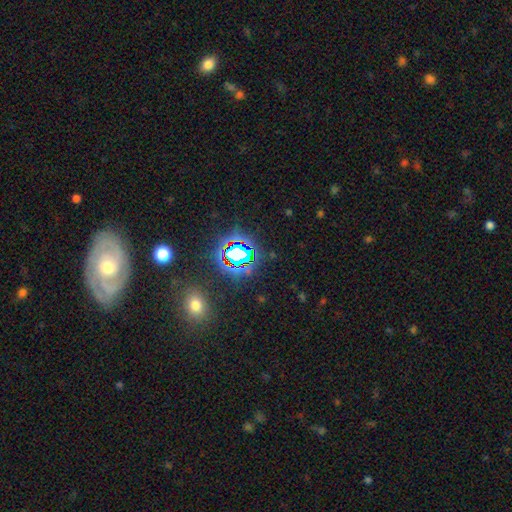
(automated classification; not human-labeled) Overall: star or artifact (55%; smooth 23%).